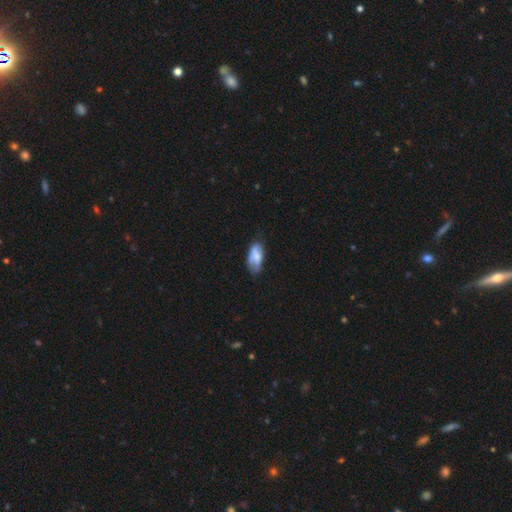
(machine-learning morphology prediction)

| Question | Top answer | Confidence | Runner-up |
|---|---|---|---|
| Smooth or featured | smooth | 67% | featured or disk (26%) |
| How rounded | in between | 87% | cigar-shaped (11%) |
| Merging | none | 52% | minor disturbance (33%) |